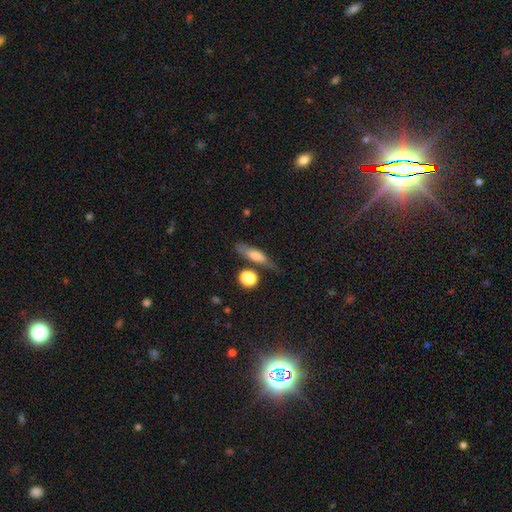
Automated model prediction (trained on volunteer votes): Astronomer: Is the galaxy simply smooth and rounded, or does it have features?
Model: smooth — 61%.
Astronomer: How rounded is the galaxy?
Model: cigar-shaped — 60%.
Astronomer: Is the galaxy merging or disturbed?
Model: none — 63%.